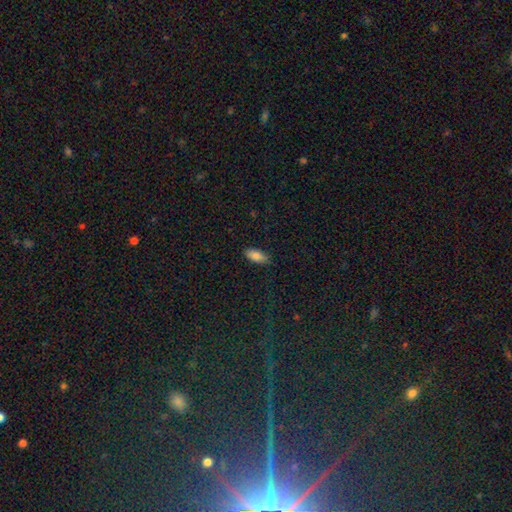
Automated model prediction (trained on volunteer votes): smooth 84%, featured or disk 8%, star or artifact 7%. Down the decision tree: how rounded — in between (85%); merging — none (86%).